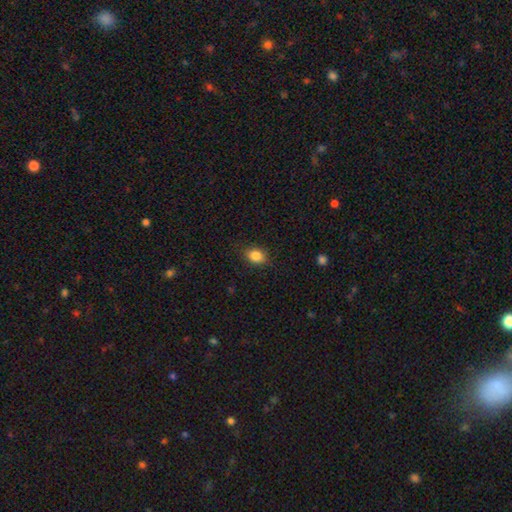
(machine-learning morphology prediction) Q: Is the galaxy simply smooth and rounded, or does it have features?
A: smooth — 85%.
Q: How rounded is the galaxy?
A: in between — 63%.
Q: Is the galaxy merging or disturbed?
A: none — 84%.